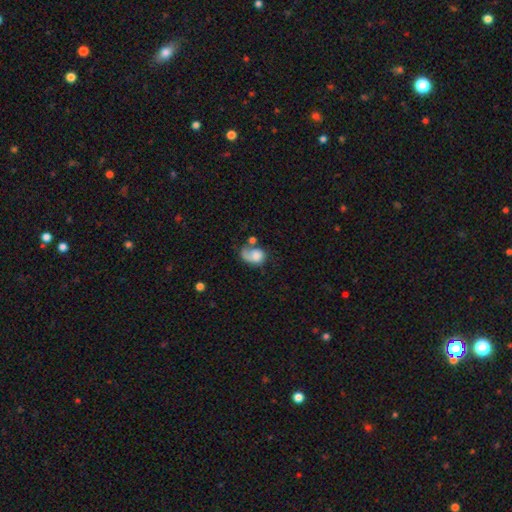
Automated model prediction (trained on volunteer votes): Morphology: type=smooth (57%); roundness=in between (65%); merging=major disturbance (34%).